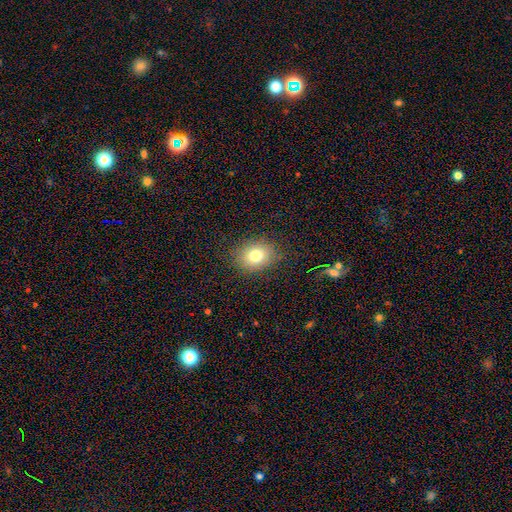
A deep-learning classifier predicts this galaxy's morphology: Smooth or featured? Predicted: smooth (p=0.77). How rounded? Predicted: in between (p=0.53). Merging? Predicted: none (p=0.84).